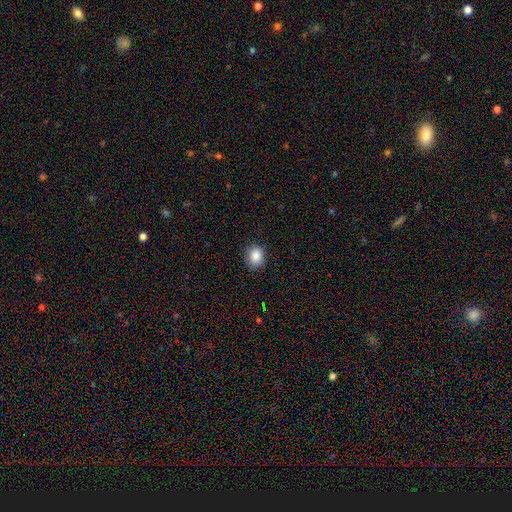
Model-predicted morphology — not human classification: Smooth or featured?
  - smooth: 87% *
  - star or artifact: 9%
  - featured or disk: 4%
How rounded?
  - round: 55% *
  - in between: 44%
  - cigar-shaped: 1%
Merging?
  - none: 84% *
  - minor disturbance: 12%
  - major disturbance: 3%
  - merger: 1%